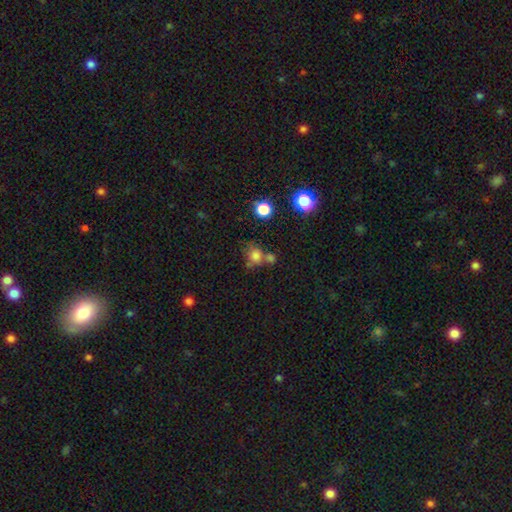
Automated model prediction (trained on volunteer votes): A smooth galaxy with no disk features (71%) that is round (72%). Merging: none (42%).